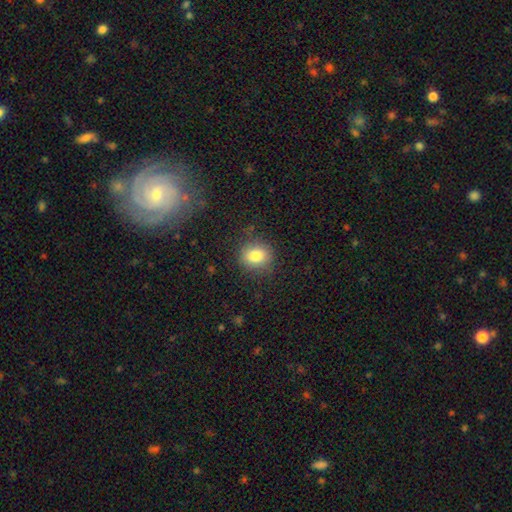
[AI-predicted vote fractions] A smooth galaxy with no disk features (81%) that is round (77%). Merging: none (85%).